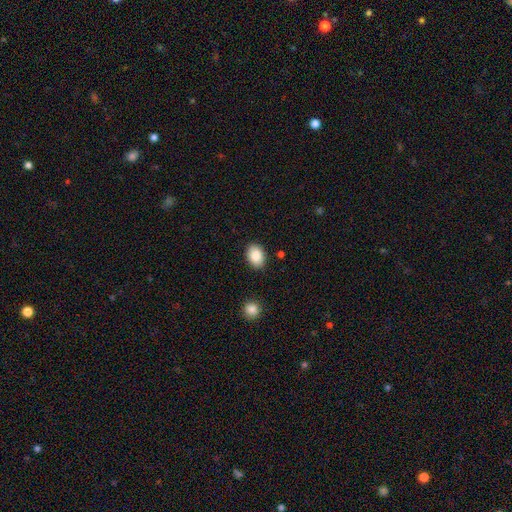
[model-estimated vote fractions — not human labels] Q: Smooth or featured?
A: smooth (86%); runner-up: star or artifact (8%)
Q: How rounded?
A: in between (73%); runner-up: round (26%)
Q: Merging?
A: none (87%); runner-up: minor disturbance (9%)